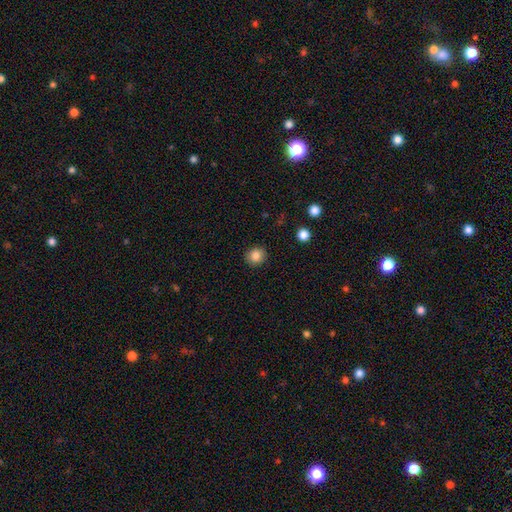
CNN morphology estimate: A smooth galaxy with no disk features (85%) that is round (85%). Merging: none (90%).